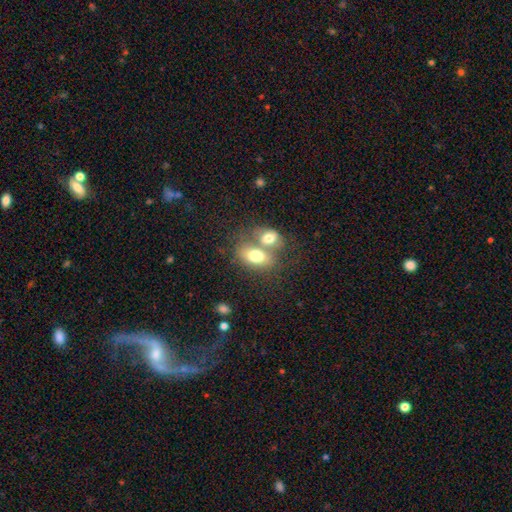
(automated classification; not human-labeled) A smooth galaxy with no disk features (72%) that is in between round and cigar-shaped (80%).

Vote fractions:
- Smooth or featured? smooth: 72% / featured or disk: 19% / star or artifact: 8%
- How rounded? in between: 80% / round: 18% / cigar-shaped: 2%
- Merging? merger: 61% / none: 26% / minor disturbance: 8% / major disturbance: 5%